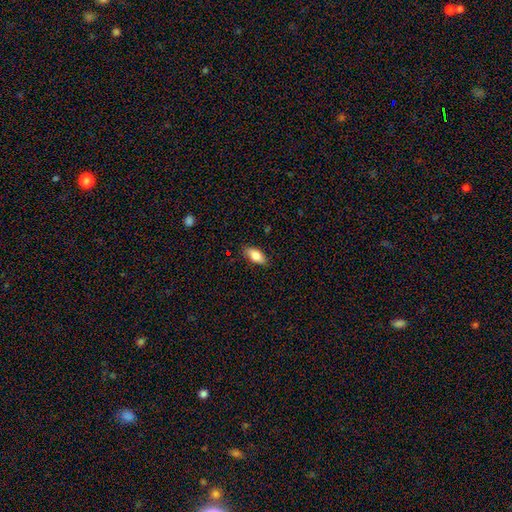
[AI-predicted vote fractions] smooth-or-featured: smooth: 82% | featured or disk: 11% | star or artifact: 7%
  how-rounded: in between: 87% | cigar-shaped: 11% | round: 3%
  merging: none: 85% | minor disturbance: 12% | major disturbance: 2% | merger: 1%